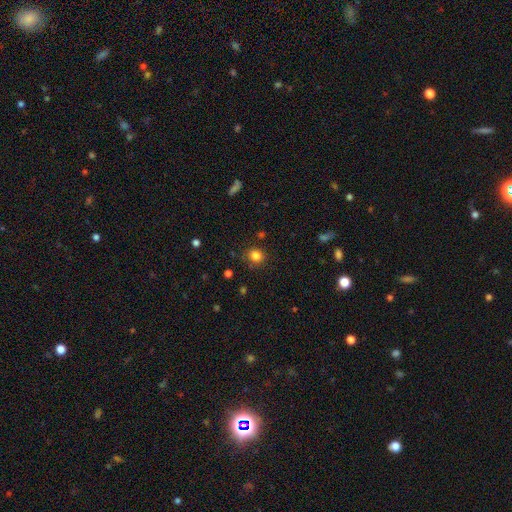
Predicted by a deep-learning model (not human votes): Smooth or featured? smooth (82%)
How rounded? round (87%)
Merging? none (85%)